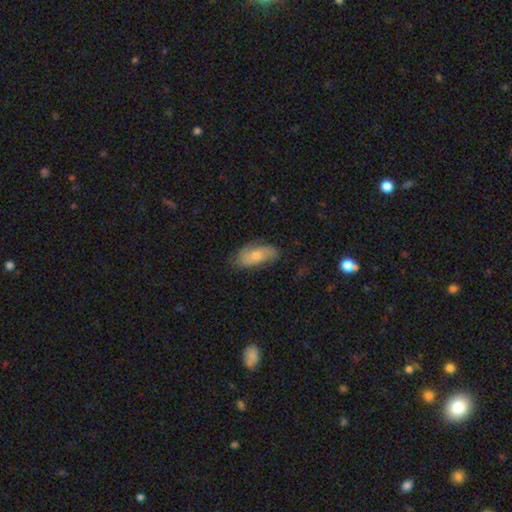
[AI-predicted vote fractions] Q: Smooth or featured?
A: smooth (65%); runner-up: featured or disk (28%)
Q: How rounded?
A: in between (89%); runner-up: cigar-shaped (8%)
Q: Merging?
A: none (66%); runner-up: minor disturbance (25%)